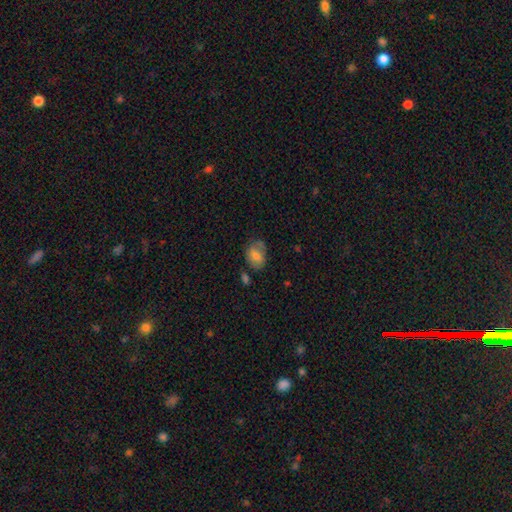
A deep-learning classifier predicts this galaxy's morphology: Smooth or featured?
  - smooth: 67% *
  - featured or disk: 25%
  - star or artifact: 9%
How rounded?
  - in between: 73% *
  - round: 26%
  - cigar-shaped: 1%
Merging?
  - none: 57% *
  - minor disturbance: 27%
  - major disturbance: 10%
  - merger: 6%